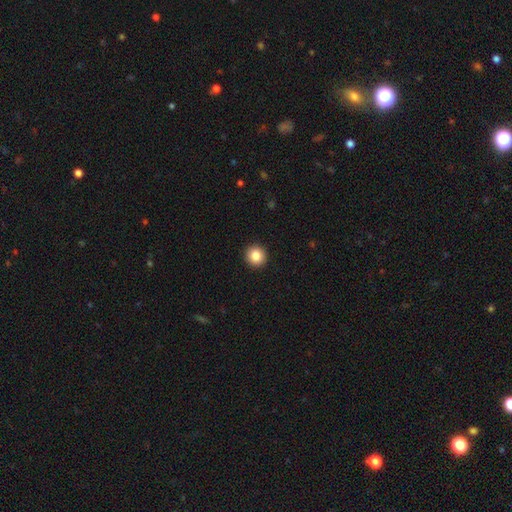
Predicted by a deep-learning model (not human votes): Smooth or featured: smooth — 85% (star or artifact — 9%)
How rounded: round — 94% (in between — 5%)
Merging: none — 93% (minor disturbance — 4%)